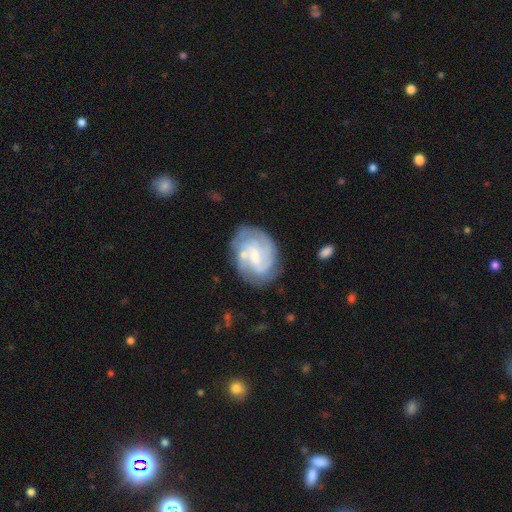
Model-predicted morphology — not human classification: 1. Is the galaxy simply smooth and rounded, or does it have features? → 74% featured or disk, 20% smooth, 6% star or artifact.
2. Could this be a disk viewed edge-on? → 97% no, 3% yes.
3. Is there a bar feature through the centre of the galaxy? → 51% weak, 34% no, 15% strong.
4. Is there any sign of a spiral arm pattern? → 86% yes, 14% no.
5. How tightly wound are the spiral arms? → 51% tight, 35% medium, 13% loose.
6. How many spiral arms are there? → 36% 2, 33% can't tell, 18% 3, 5% 1, 5% 4, 3% more than 4.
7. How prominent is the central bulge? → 52% small, 33% moderate, 10% none, 3% large, 1% dominant.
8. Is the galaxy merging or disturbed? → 62% none, 21% minor disturbance, 10% major disturbance, 7% merger.